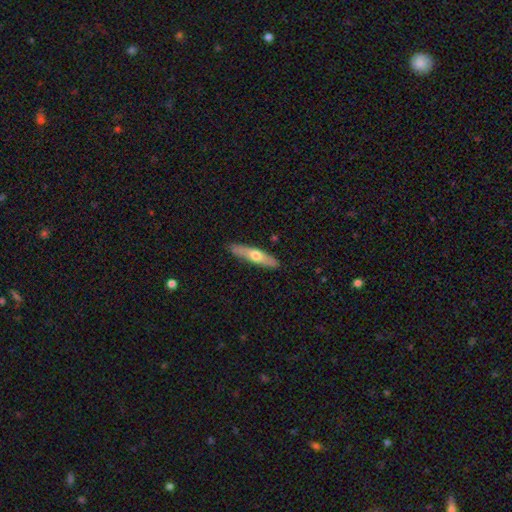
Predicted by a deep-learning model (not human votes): smooth-or-featured: smooth: 50% | featured or disk: 45% | star or artifact: 5%
  merging: none: 89% | minor disturbance: 8% | major disturbance: 2% | merger: 1%